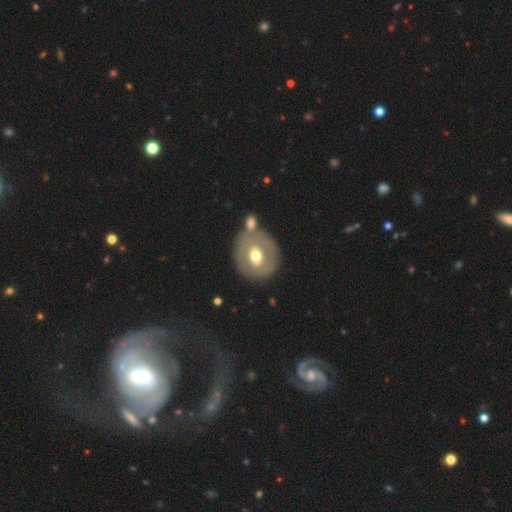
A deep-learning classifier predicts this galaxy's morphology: This is possibly a featured or disk galaxy (47%, tied with smooth). Merging: likely none (63%).